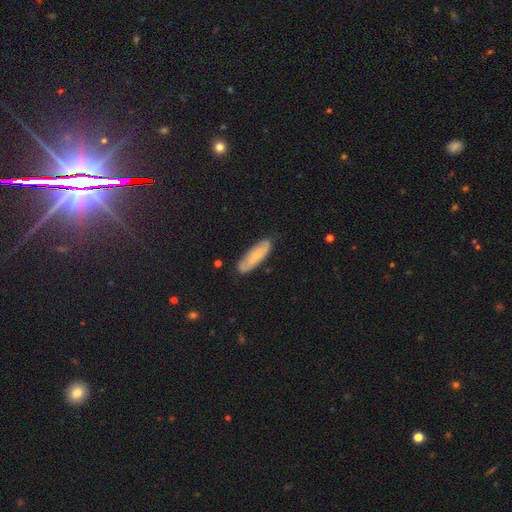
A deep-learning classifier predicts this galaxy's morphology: Smooth or featured? Predicted: smooth (p=0.59). How rounded? Predicted: cigar-shaped (p=0.52). Merging? Predicted: none (p=0.79).